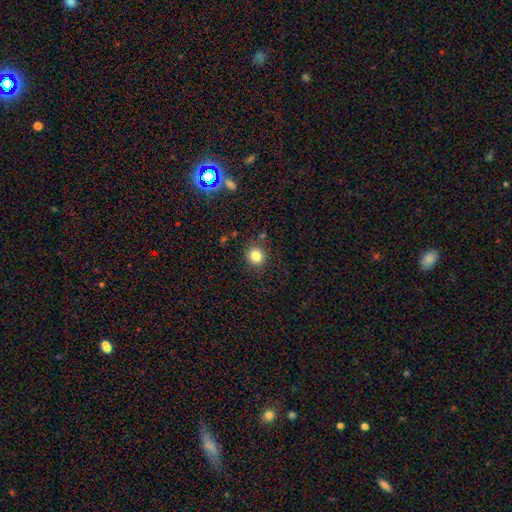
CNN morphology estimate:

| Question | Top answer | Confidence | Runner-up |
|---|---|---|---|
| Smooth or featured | smooth | 82% | star or artifact (12%) |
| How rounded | round | 90% | in between (9%) |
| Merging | none | 87% | minor disturbance (8%) |